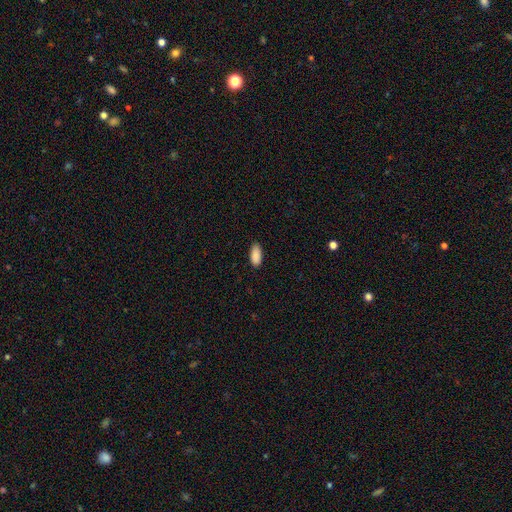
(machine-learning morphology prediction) This appears to be a smooth galaxy with no disk features (90%) that is in between round and cigar-shaped (88%). Merging: none (86%).